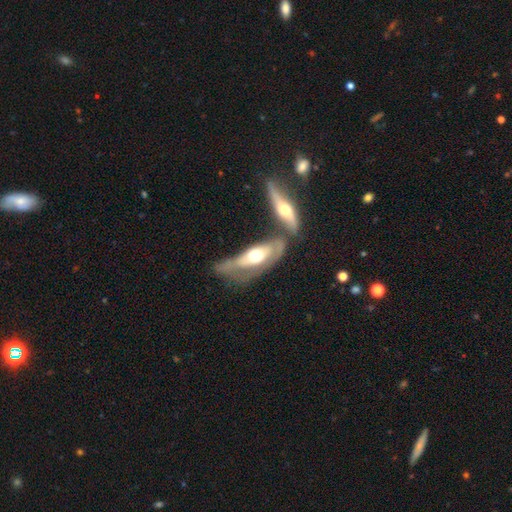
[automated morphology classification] Overall: featured or disk (58%; smooth 37%). Edge-on disk: no (53%; yes 47%). Merging: merger (40%; none 33%).